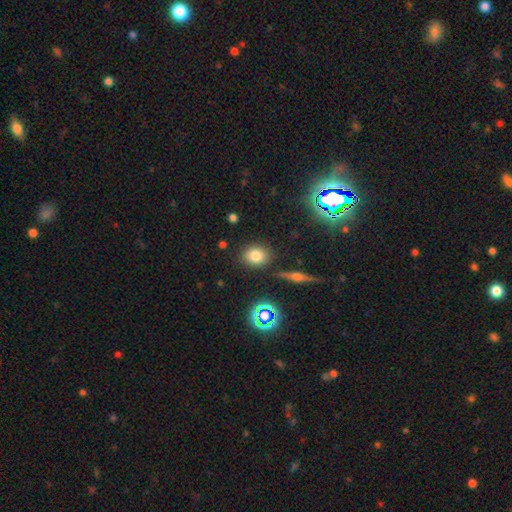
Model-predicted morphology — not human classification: A smooth galaxy with no disk features (76%) that is round (54%).

Vote fractions:
- Smooth or featured? smooth: 76% / star or artifact: 14% / featured or disk: 9%
- How rounded? round: 54% / in between: 44% / cigar-shaped: 2%
- Merging? none: 85% / minor disturbance: 9% / merger: 3% / major disturbance: 3%